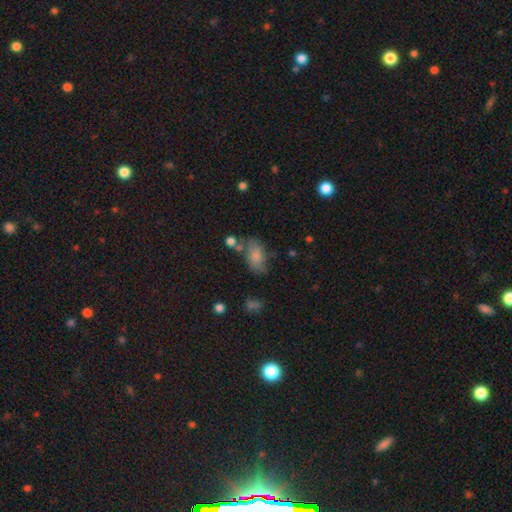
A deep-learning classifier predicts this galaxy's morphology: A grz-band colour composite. It shows a smooth galaxy with no disk features (77%) that is in between round and cigar-shaped (91%). Merging: none (52%).